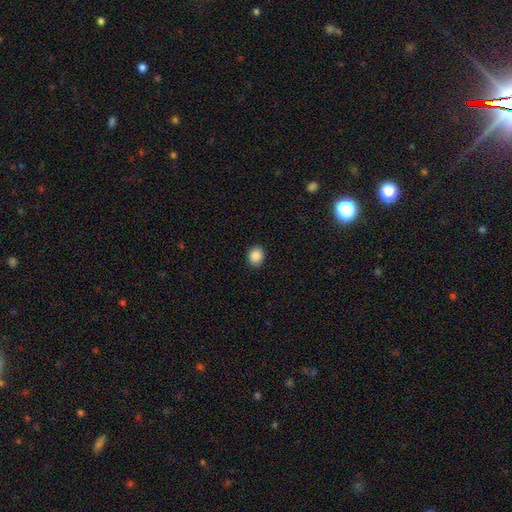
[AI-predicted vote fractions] Smooth or featured? smooth (88%)
How rounded? round (62%)
Merging? none (90%)